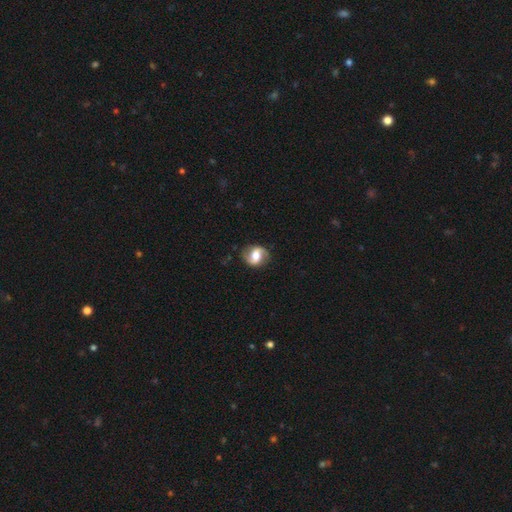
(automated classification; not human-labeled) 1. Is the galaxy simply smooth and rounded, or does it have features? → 65% featured or disk, 27% smooth, 7% star or artifact.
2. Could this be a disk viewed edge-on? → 97% no, 3% yes.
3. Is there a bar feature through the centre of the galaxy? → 42% weak, 33% no, 25% strong.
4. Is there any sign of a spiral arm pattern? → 87% yes, 13% no.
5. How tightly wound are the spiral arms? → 42% medium, 38% loose, 20% tight.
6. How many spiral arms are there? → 89% 2, 4% can't tell, 4% 1, 1% 3, 1% 4, 1% more than 4.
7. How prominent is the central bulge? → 51% moderate, 33% large, 10% small, 4% dominant, 2% none.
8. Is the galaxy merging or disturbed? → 80% none, 14% minor disturbance, 5% major disturbance, 1% merger.